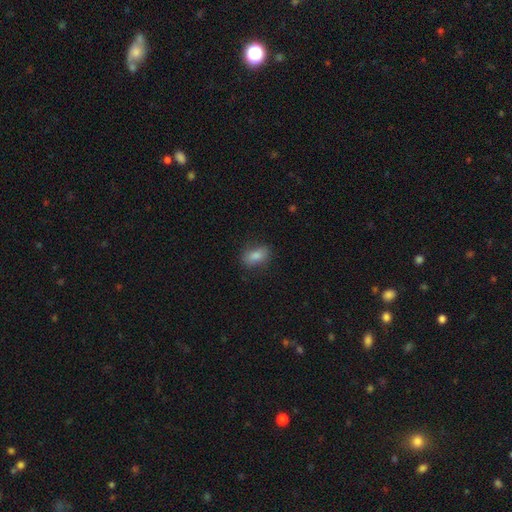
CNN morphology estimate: A smooth galaxy with no disk features (80%) that is in between round and cigar-shaped (85%).

Vote fractions:
- Smooth or featured? smooth: 80% / star or artifact: 11% / featured or disk: 9%
- How rounded? in between: 85% / round: 10% / cigar-shaped: 5%
- Merging? none: 81% / minor disturbance: 14% / major disturbance: 3% / merger: 1%